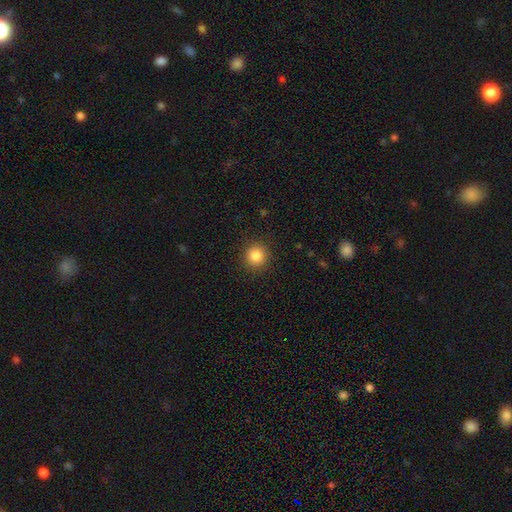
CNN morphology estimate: Q: Smooth or featured?
A: smooth (85%); runner-up: star or artifact (11%)
Q: How rounded?
A: round (94%); runner-up: in between (5%)
Q: Merging?
A: none (91%); runner-up: minor disturbance (6%)